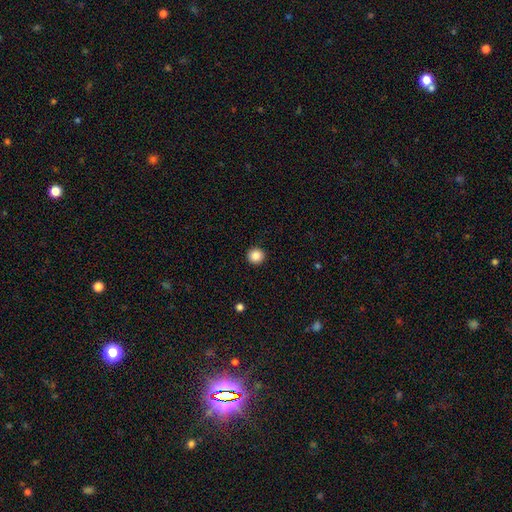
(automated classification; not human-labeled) smooth 87%, star or artifact 10%, featured or disk 4%. Down the decision tree: how rounded — round (94%); merging — none (93%).